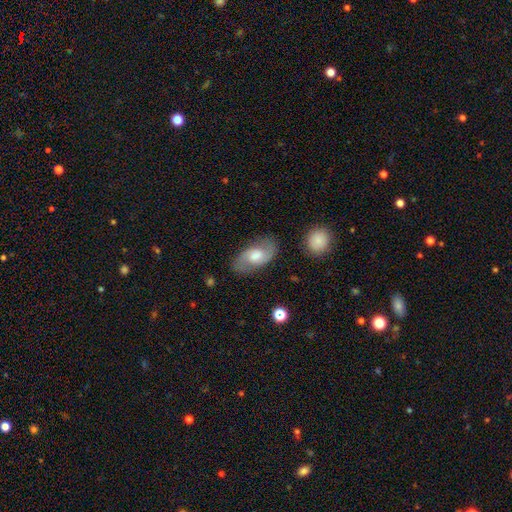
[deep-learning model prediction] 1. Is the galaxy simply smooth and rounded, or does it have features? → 53% featured or disk, 40% smooth, 7% star or artifact.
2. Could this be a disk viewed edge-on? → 93% no, 7% yes.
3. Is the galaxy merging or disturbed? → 80% none, 14% minor disturbance, 4% major disturbance, 2% merger.